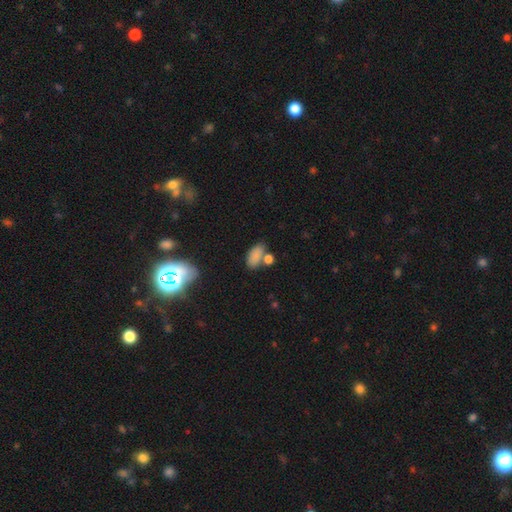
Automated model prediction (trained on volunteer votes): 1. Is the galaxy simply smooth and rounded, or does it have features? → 82% smooth, 11% star or artifact, 7% featured or disk.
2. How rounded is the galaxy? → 89% in between, 7% round, 4% cigar-shaped.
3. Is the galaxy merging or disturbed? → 56% none, 23% merger, 16% minor disturbance, 6% major disturbance.